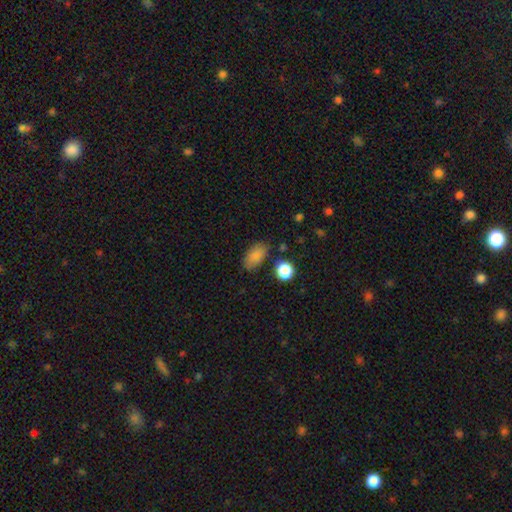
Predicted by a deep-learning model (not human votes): This appears to be a smooth galaxy with no disk features (83%) that is in between round and cigar-shaped (89%). Merging: none (72%).